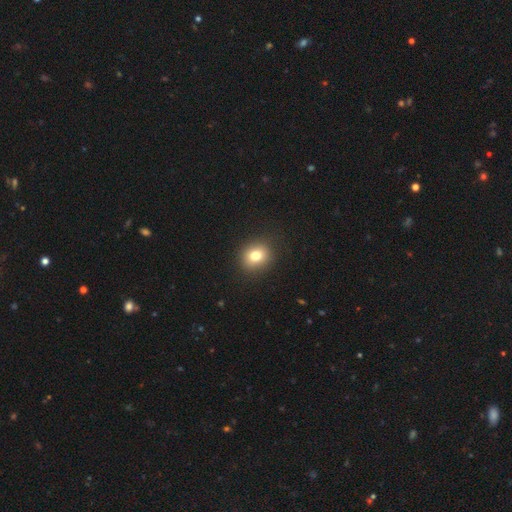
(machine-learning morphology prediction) The model was most divided on "how rounded": round: 73%, in between: 26%, cigar-shaped: 1%. More confident: merging — none (90%); smooth or featured — smooth (78%).